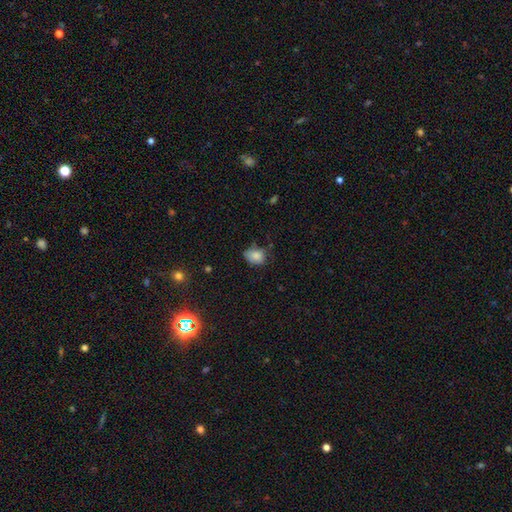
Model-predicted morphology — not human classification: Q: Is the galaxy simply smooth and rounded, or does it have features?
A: smooth — 83%.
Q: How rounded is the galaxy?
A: in between — 64%.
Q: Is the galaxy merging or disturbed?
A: none — 57%.